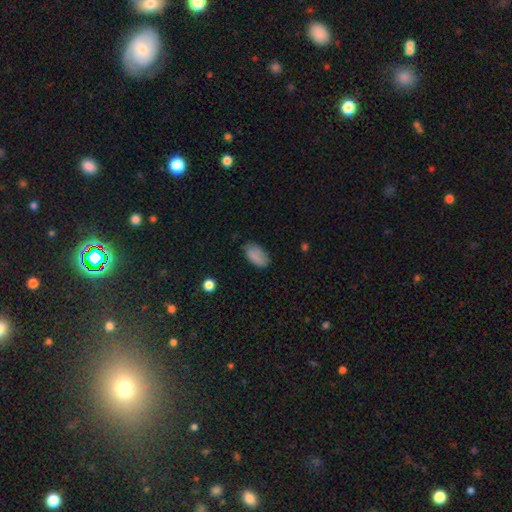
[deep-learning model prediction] Smooth or featured: smooth — 86% (star or artifact — 8%)
How rounded: in between — 93% (round — 3%)
Merging: none — 73% (minor disturbance — 21%)